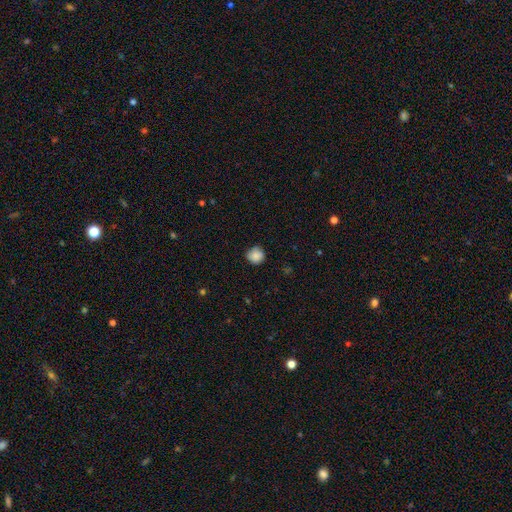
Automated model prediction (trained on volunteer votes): Smooth or featured? smooth (86%)
How rounded? round (92%)
Merging? none (81%)